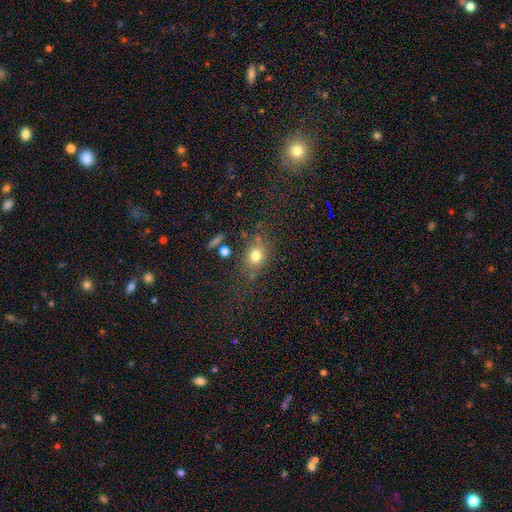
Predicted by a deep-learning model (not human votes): Q: Smooth or featured?
A: smooth (74%); runner-up: star or artifact (15%)
Q: How rounded?
A: round (53%); runner-up: in between (45%)
Q: Merging?
A: none (71%); runner-up: minor disturbance (16%)